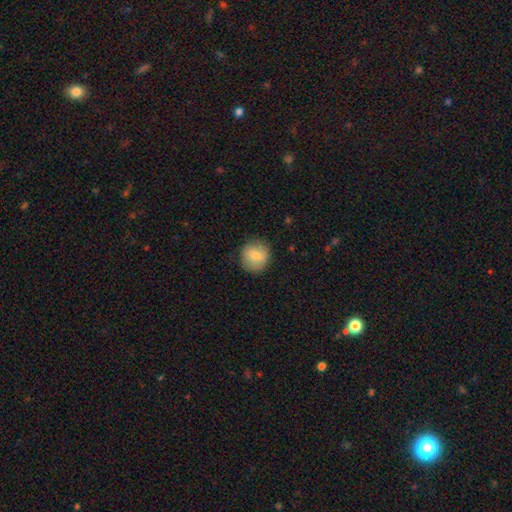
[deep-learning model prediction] smooth-or-featured: smooth: 81% | featured or disk: 11% | star or artifact: 7%
  how-rounded: round: 89% | in between: 10% | cigar-shaped: 1%
  merging: none: 85% | minor disturbance: 11% | major disturbance: 3% | merger: 1%